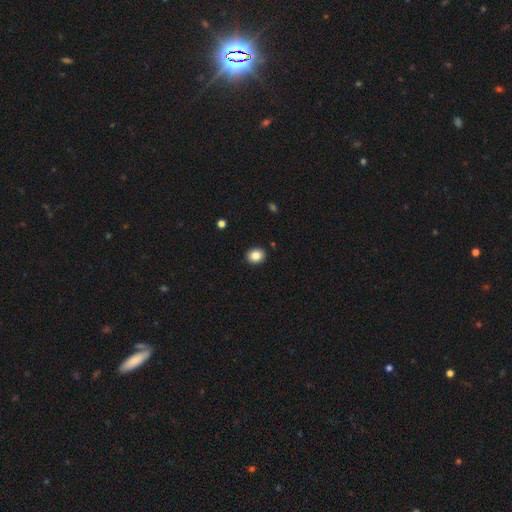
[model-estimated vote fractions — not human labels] Q: Smooth or featured?
A: smooth (85%); runner-up: star or artifact (9%)
Q: How rounded?
A: round (61%); runner-up: in between (38%)
Q: Merging?
A: none (91%); runner-up: minor disturbance (6%)